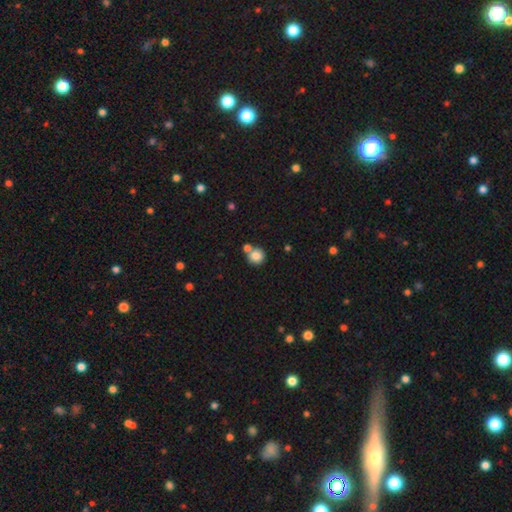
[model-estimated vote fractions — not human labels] This is clearly a smooth galaxy (83%). How rounded: clearly round (91%). Merging: likely none (61%).